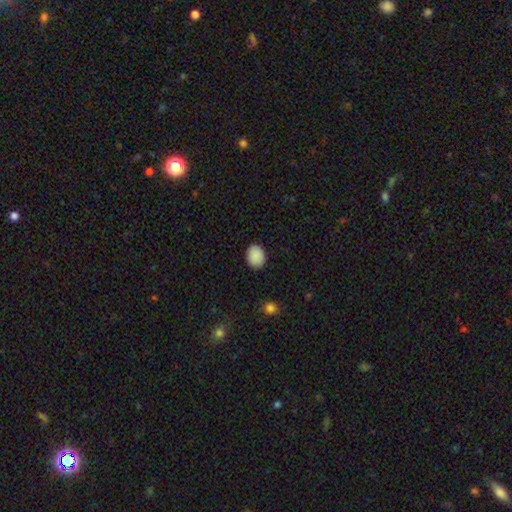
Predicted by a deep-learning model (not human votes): smooth-or-featured: smooth: 90% | star or artifact: 7% | featured or disk: 3%
  how-rounded: in between: 60% | round: 39% | cigar-shaped: 1%
  merging: none: 88% | minor disturbance: 9% | major disturbance: 2% | merger: 1%